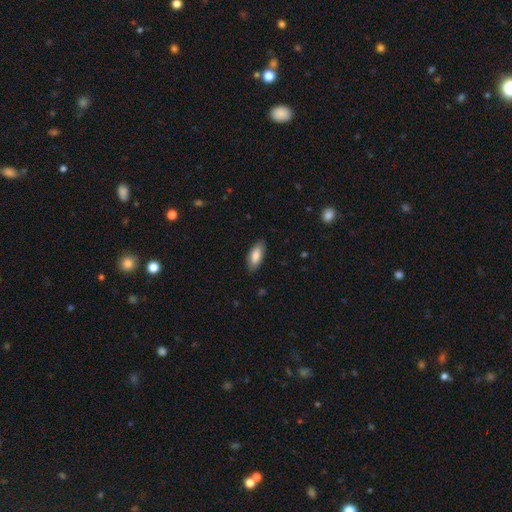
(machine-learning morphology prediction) Smooth or featured? smooth (81%)
How rounded? in between (84%)
Merging? none (86%)